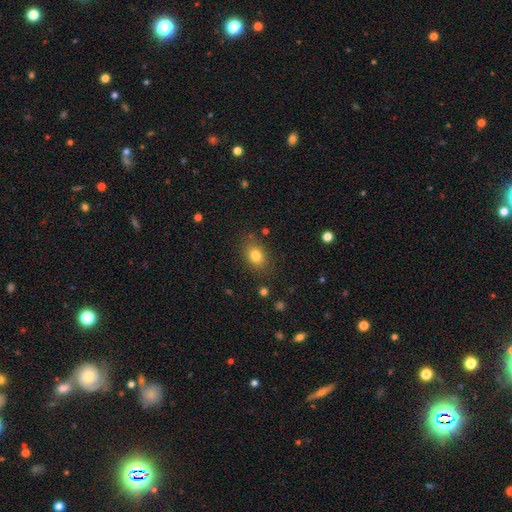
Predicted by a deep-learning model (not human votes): A smooth galaxy with no disk features (80%) that is in between round and cigar-shaped (69%). Merging: none (81%).